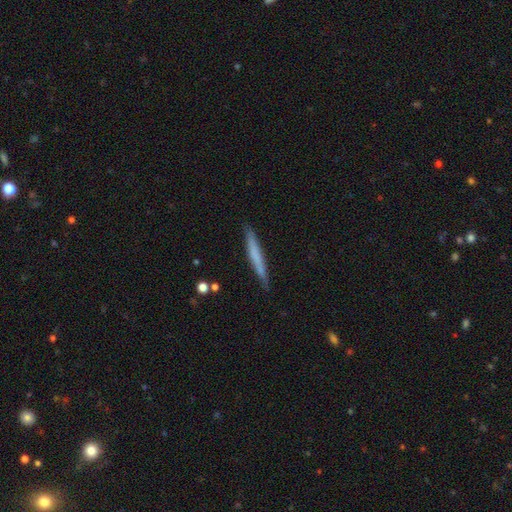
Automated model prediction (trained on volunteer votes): Smooth or featured?
  - smooth: 57% *
  - featured or disk: 37%
  - star or artifact: 6%
How rounded?
  - cigar-shaped: 96% *
  - in between: 3%
  - round: 1%
Merging?
  - none: 87% *
  - minor disturbance: 10%
  - major disturbance: 2%
  - merger: 1%